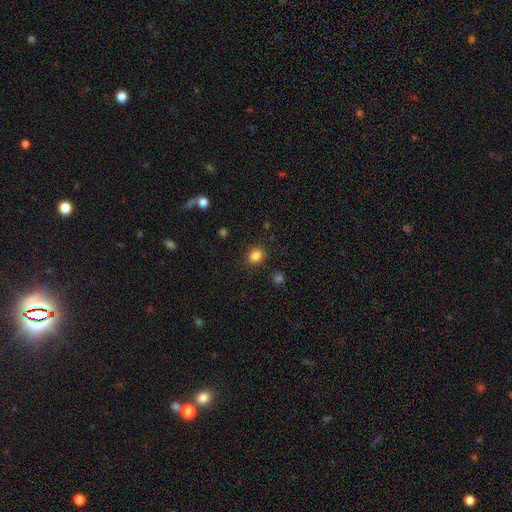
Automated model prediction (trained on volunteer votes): smooth_or_featured: smooth (p=0.84) [alt: star or artifact p=0.11]
how_rounded: round (p=0.68) [alt: in between p=0.31]
merging: none (p=0.89) [alt: minor disturbance p=0.07]